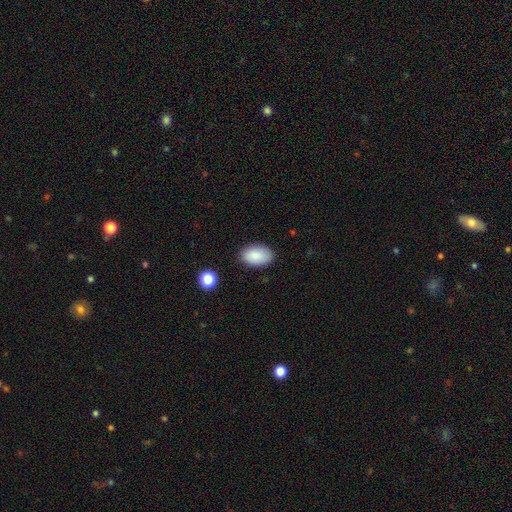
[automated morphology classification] smooth 87%, star or artifact 7%, featured or disk 6%. Down the decision tree: how rounded — in between (91%); merging — none (85%).